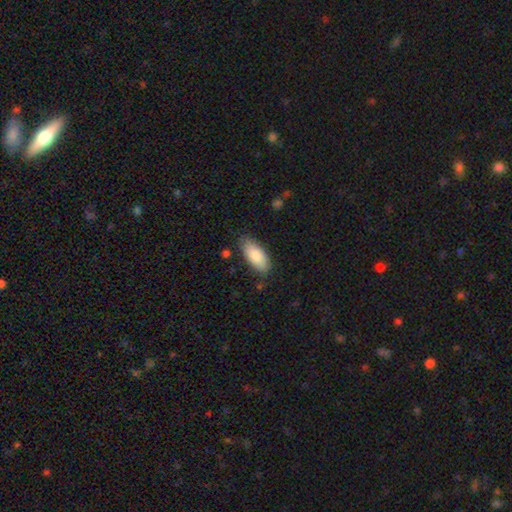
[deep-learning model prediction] Q: Smooth or featured?
A: smooth (85%); runner-up: featured or disk (9%)
Q: How rounded?
A: in between (87%); runner-up: cigar-shaped (11%)
Q: Merging?
A: none (81%); runner-up: minor disturbance (14%)